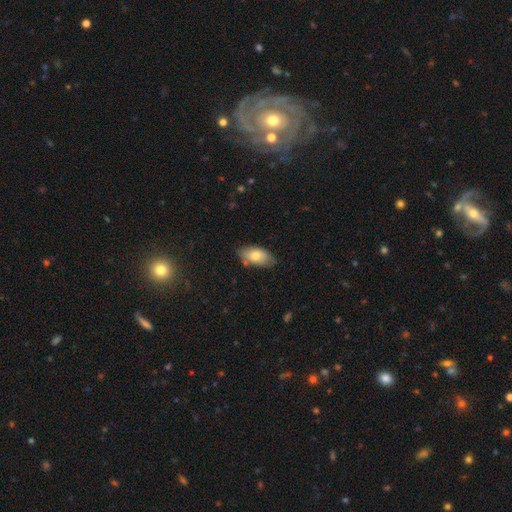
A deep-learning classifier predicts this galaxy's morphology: The model was most divided on "merging": none: 72%, minor disturbance: 22%, major disturbance: 4%, merger: 3%. More confident: how rounded — in between (93%); smooth or featured — smooth (74%).